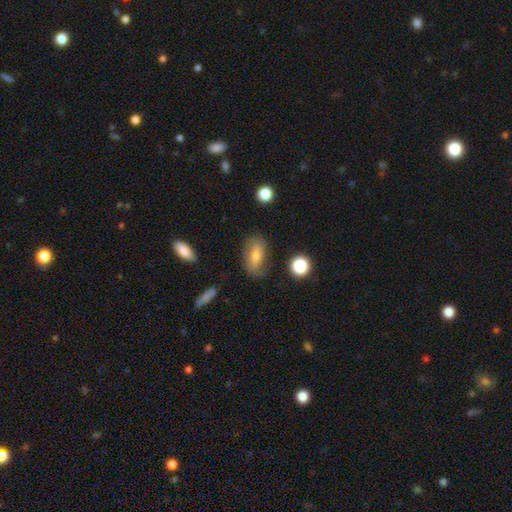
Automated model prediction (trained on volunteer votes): Smooth or featured: smooth — 59% (featured or disk — 32%)
How rounded: in between — 86% (round — 8%)
Merging: none — 74% (minor disturbance — 18%)